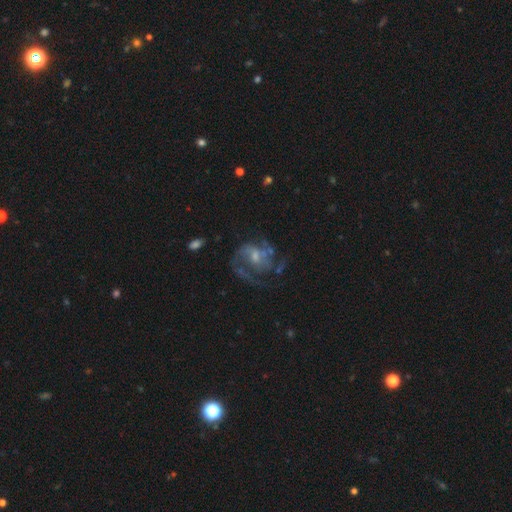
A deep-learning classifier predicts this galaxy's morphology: Overall: featured or disk (82%). Edge-on disk: no (98%). Bar: weak (45%, tied with no). Spiral arms: yes (90%). Spiral arm count: 2 (45%; can't tell 19%). Spiral winding: medium (49%; tight 26%). Bulge size: small (45%; moderate 42%). Merging: none (51%; major disturbance 26%).